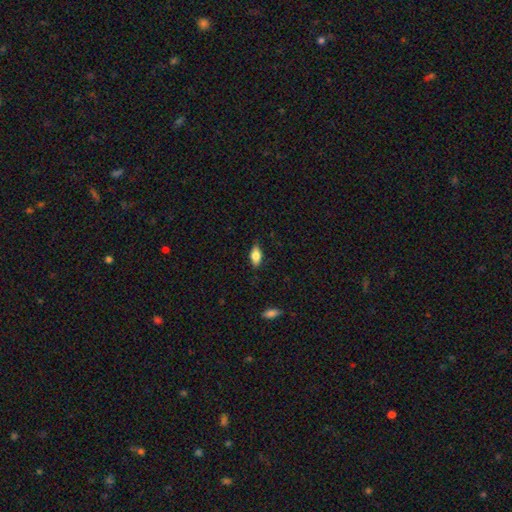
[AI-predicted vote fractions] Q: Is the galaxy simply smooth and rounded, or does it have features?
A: smooth — 74%.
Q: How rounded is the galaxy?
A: in between — 85%.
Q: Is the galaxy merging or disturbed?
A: none — 82%.